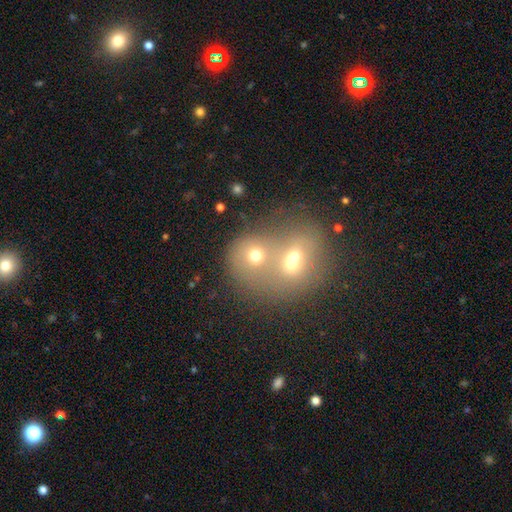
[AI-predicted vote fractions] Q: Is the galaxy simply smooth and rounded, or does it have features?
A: smooth — 64%.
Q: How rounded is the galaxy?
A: round — 70%.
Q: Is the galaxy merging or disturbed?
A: merger — 69%.